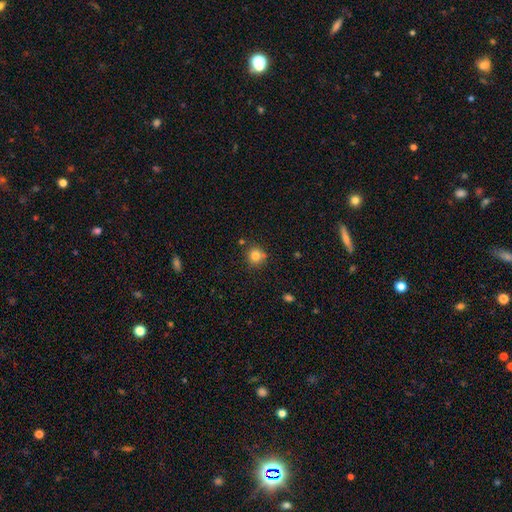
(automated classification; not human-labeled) A smooth galaxy with no disk features (81%) that is round (91%). Merging: none (79%).